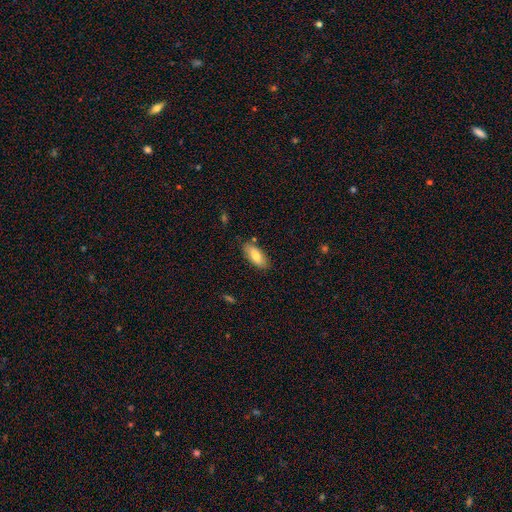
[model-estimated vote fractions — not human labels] Smooth or featured? Predicted: smooth (p=0.80). How rounded? Predicted: in between (p=0.84). Merging? Predicted: none (p=0.83).